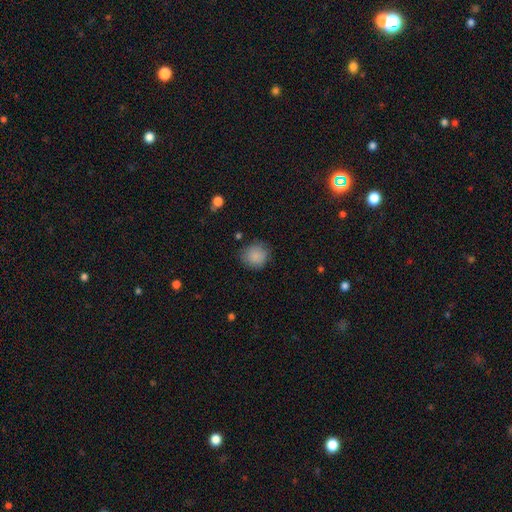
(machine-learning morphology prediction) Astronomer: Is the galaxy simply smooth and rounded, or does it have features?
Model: smooth — 87%.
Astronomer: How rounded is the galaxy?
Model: round — 86%.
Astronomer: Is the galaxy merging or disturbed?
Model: none — 79%.